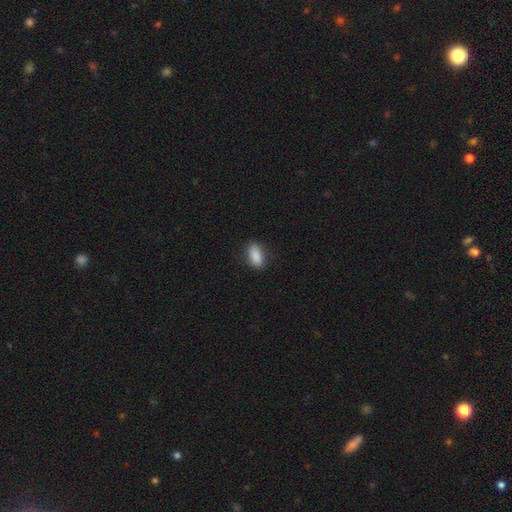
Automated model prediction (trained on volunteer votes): This appears to be a smooth galaxy with no disk features (88%) that is in between round and cigar-shaped (83%). Merging: none (85%).